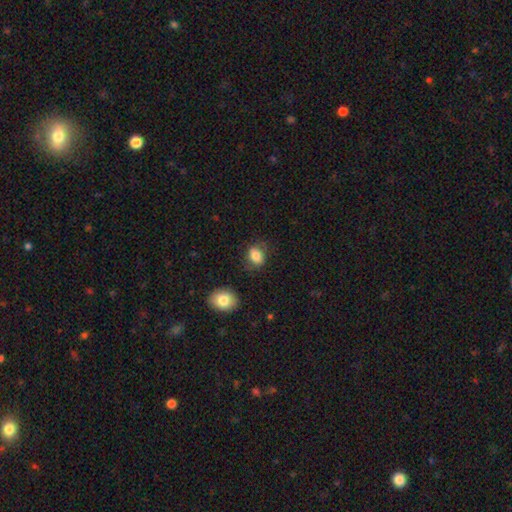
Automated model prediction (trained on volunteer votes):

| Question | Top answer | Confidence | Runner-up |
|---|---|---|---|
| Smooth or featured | smooth | 83% | star or artifact (9%) |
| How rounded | in between | 64% | round (34%) |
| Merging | none | 74% | minor disturbance (17%) |